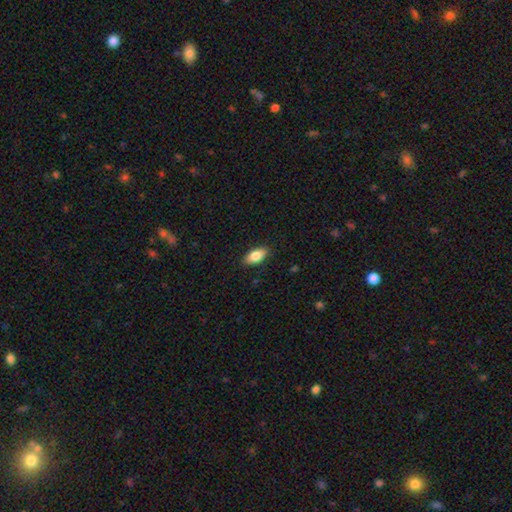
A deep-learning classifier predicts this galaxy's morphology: A smooth galaxy with no disk features (80%) that is in between round and cigar-shaped (89%).

Vote fractions:
- Smooth or featured? smooth: 80% / featured or disk: 14% / star or artifact: 7%
- How rounded? in between: 89% / cigar-shaped: 8% / round: 3%
- Merging? none: 88% / minor disturbance: 9% / major disturbance: 2% / merger: 1%